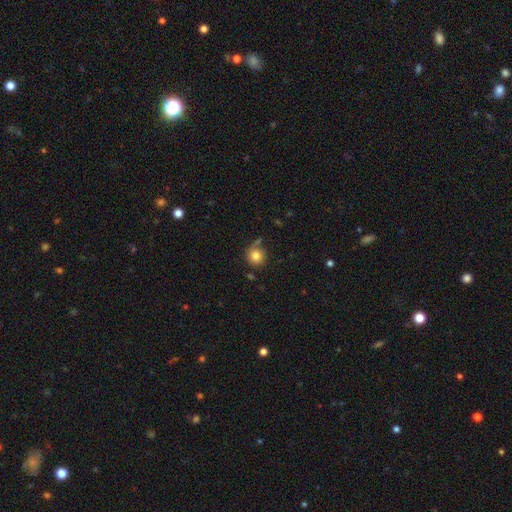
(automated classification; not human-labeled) A smooth galaxy with no disk features (81%) that is round (90%). Merging: none (70%).